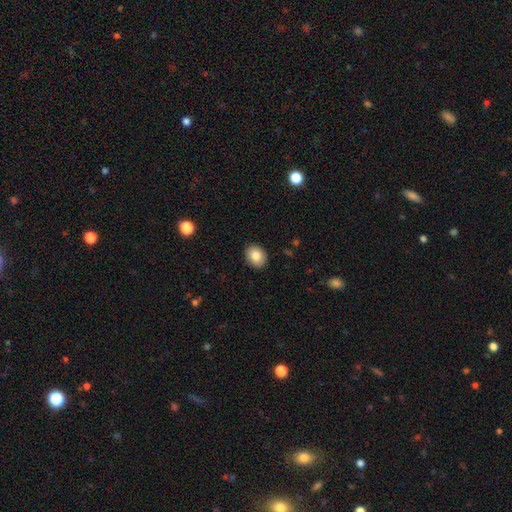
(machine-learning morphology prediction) smooth_or_featured: smooth (p=0.84) [alt: star or artifact p=0.08]
how_rounded: in between (p=0.51) [alt: round p=0.48]
merging: none (p=0.89) [alt: minor disturbance p=0.08]